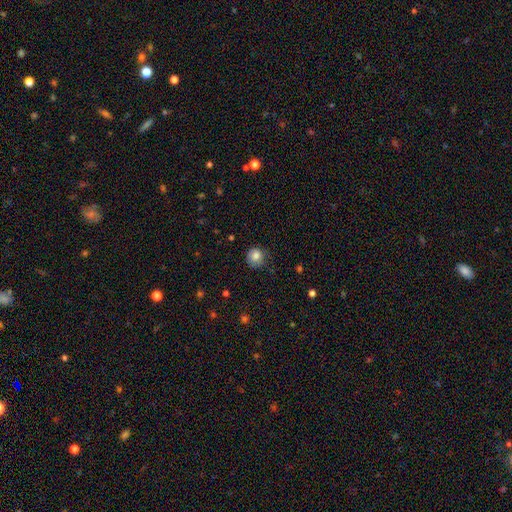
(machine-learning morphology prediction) smooth 80%, featured or disk 11%, star or artifact 10%. Down the decision tree: how rounded — round (90%); merging — none (75%).